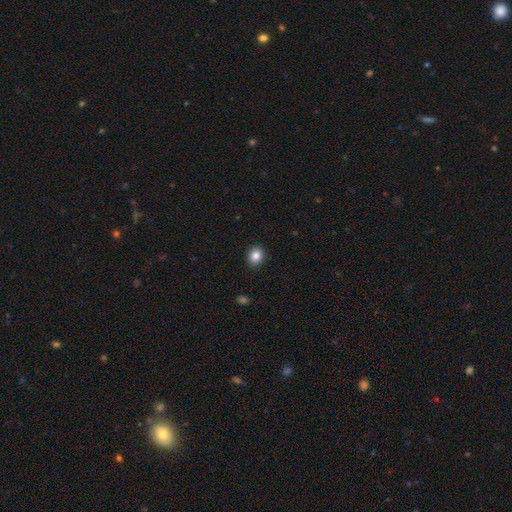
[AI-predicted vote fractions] Overall: smooth (85%). How rounded: round (63%; in between 36%). Merging: none (90%).